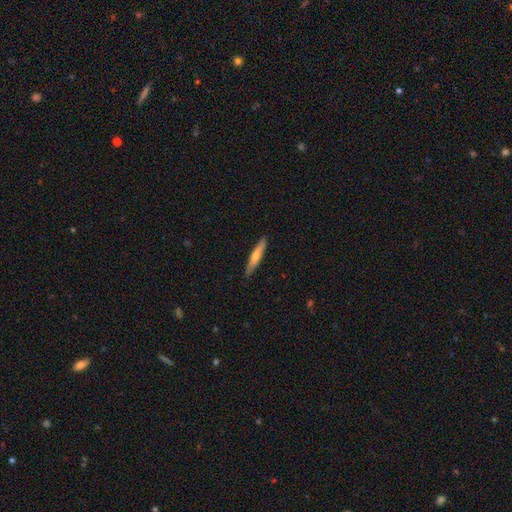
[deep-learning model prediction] A smooth galaxy with no disk features (49%). Merging: none (90%).